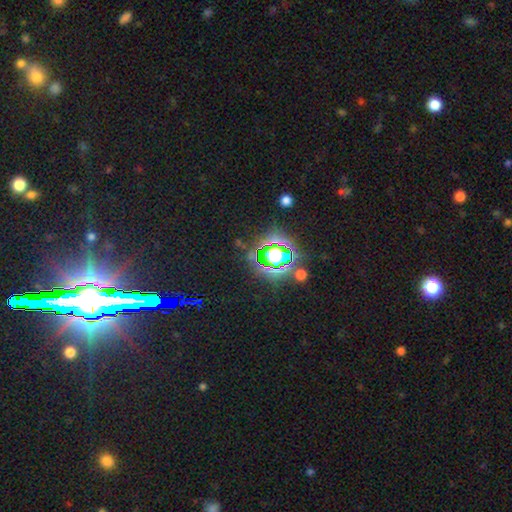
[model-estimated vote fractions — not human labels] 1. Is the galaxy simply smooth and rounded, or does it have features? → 74% star or artifact, 16% smooth, 10% featured or disk.